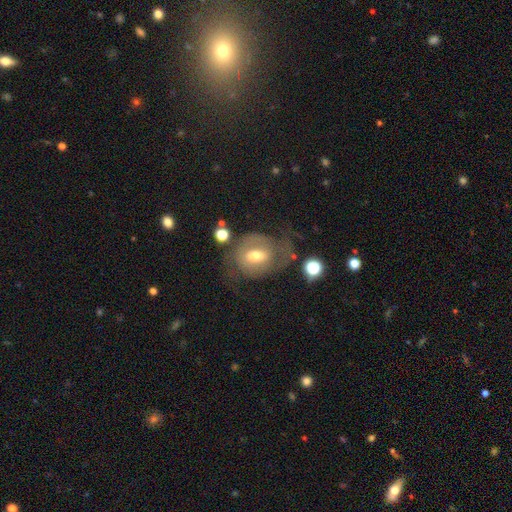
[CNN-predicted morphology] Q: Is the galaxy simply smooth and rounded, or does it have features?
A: featured or disk — 55%.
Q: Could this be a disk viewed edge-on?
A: no — 95%.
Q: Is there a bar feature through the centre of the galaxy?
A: weak — 44%.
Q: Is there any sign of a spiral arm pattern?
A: yes — 62%.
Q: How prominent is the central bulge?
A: moderate — 72%.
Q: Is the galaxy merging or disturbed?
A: none — 42%.